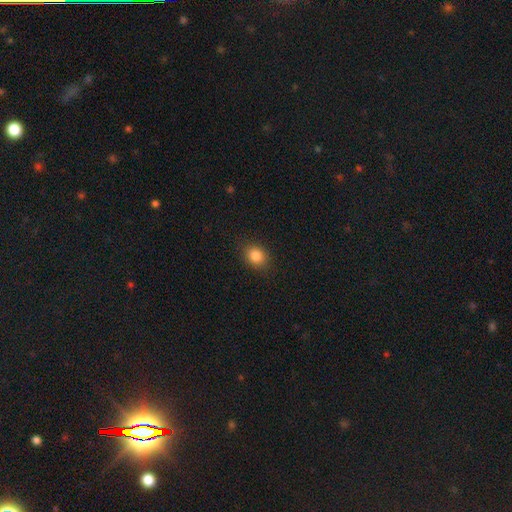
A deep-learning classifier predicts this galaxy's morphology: Overall: smooth (85%). How rounded: in between (50%; round 49%). Merging: none (88%).